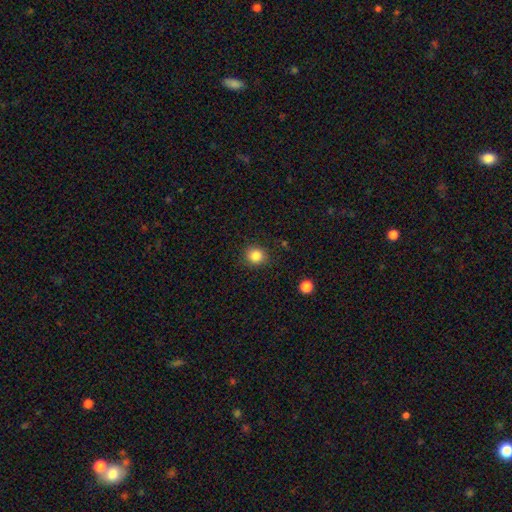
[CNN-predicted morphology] Q: Smooth or featured?
A: smooth (85%); runner-up: star or artifact (11%)
Q: How rounded?
A: round (85%); runner-up: in between (14%)
Q: Merging?
A: none (88%); runner-up: minor disturbance (8%)